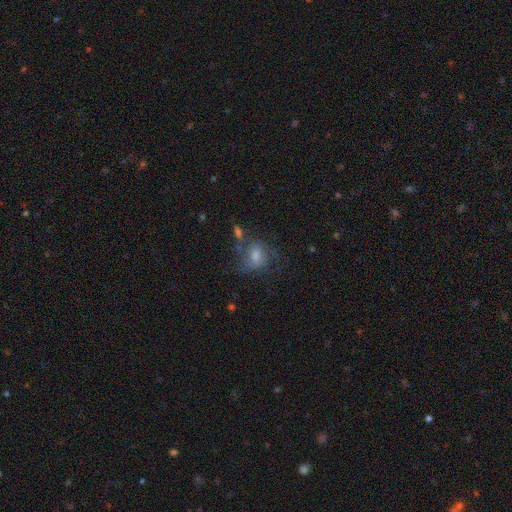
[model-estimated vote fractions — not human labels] Q: Smooth or featured?
A: featured or disk (45%); runner-up: smooth (37%)
Q: Merging?
A: none (55%); runner-up: minor disturbance (20%)